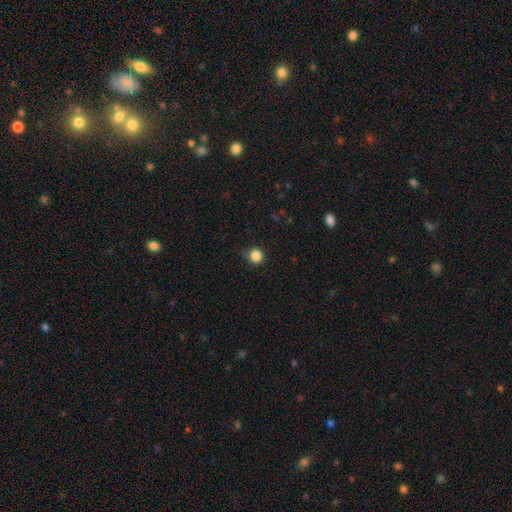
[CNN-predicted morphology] Overall: smooth (85%). How rounded: round (86%). Merging: none (72%).